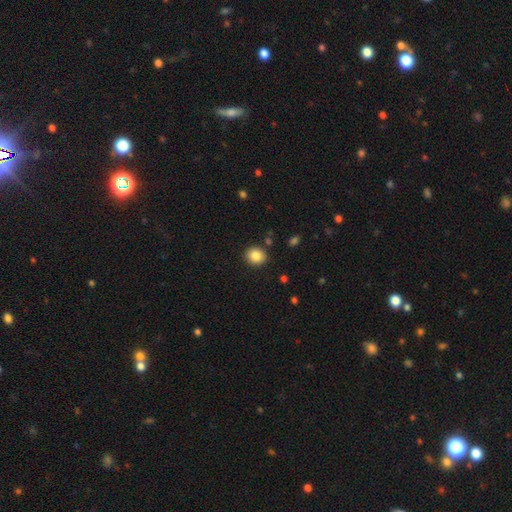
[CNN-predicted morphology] A smooth galaxy with no disk features (86%) that is round (72%).

Vote fractions:
- Smooth or featured? smooth: 86% / star or artifact: 9% / featured or disk: 5%
- How rounded? round: 72% / in between: 27% / cigar-shaped: 1%
- Merging? none: 88% / minor disturbance: 8% / major disturbance: 2% / merger: 2%